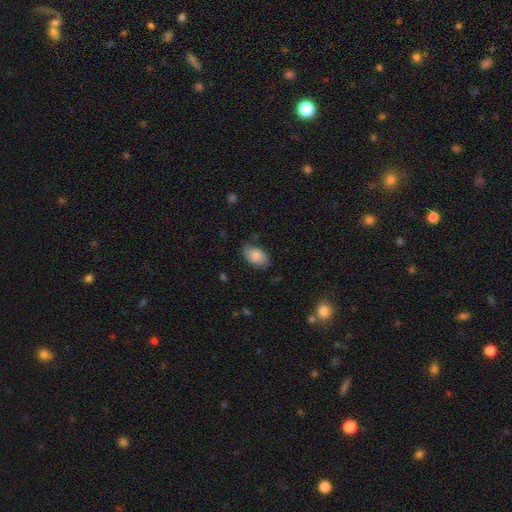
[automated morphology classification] Overall: smooth (82%). How rounded: in between (91%). Merging: none (70%).